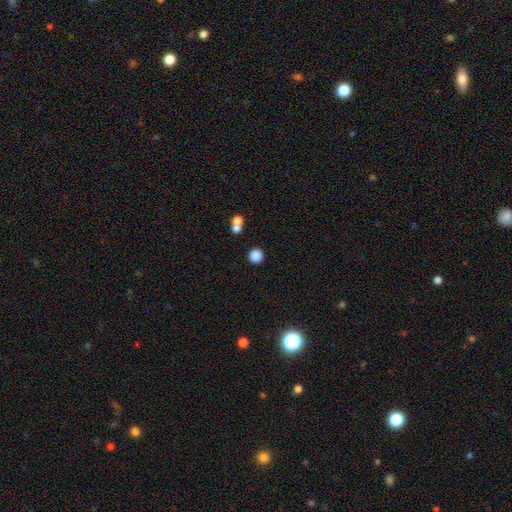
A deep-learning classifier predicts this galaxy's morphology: This is clearly a smooth galaxy (85%). How rounded: clearly round (93%). Merging: clearly none (82%).